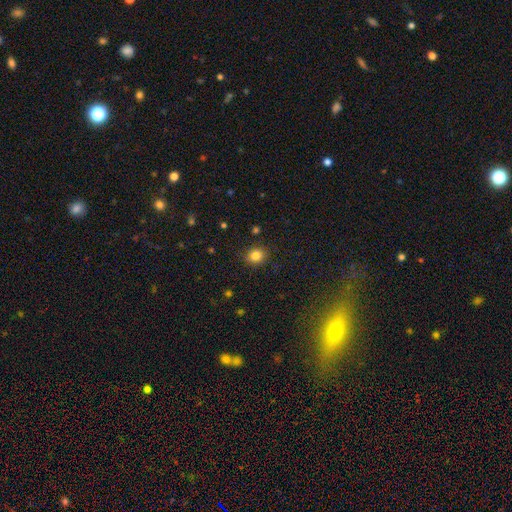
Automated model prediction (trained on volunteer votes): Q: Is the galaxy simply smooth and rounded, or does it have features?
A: smooth — 83%.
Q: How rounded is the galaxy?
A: round — 74%.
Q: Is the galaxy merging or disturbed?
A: none — 87%.